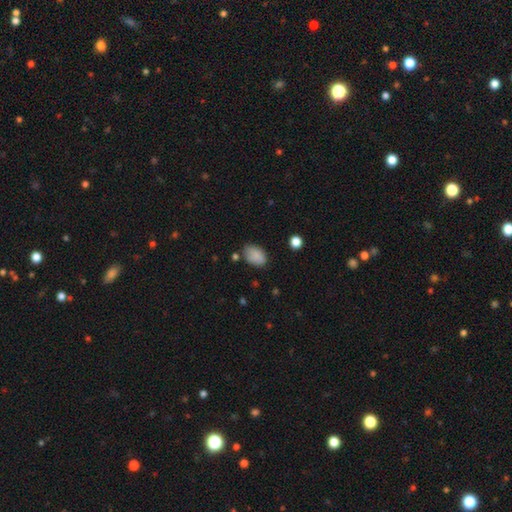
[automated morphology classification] This is clearly a smooth galaxy (87%). How rounded: clearly in between (88%). Merging: likely none (73%).